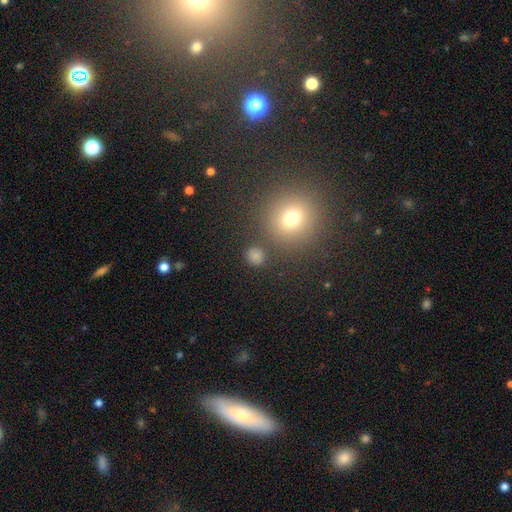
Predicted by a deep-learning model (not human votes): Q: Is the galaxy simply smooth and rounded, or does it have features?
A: smooth — 79%.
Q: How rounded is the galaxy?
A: round — 87%.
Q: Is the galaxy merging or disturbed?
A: none — 84%.